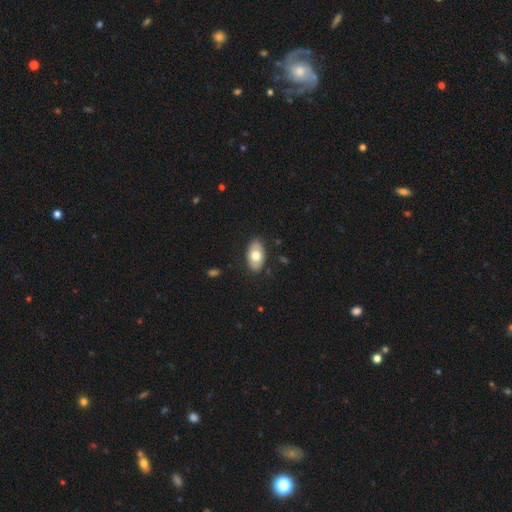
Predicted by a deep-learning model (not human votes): The model was most divided on "smooth or featured": smooth: 71%, featured or disk: 23%, star or artifact: 6%. More confident: how rounded — in between (93%); merging — none (85%).